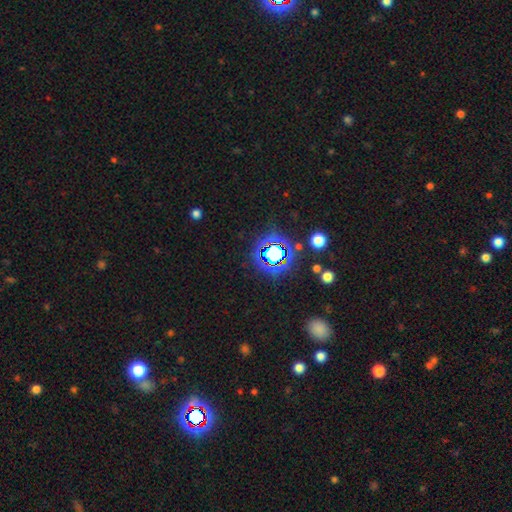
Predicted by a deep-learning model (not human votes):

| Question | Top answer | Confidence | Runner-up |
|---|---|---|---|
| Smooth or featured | star or artifact | 78% | smooth (14%) |